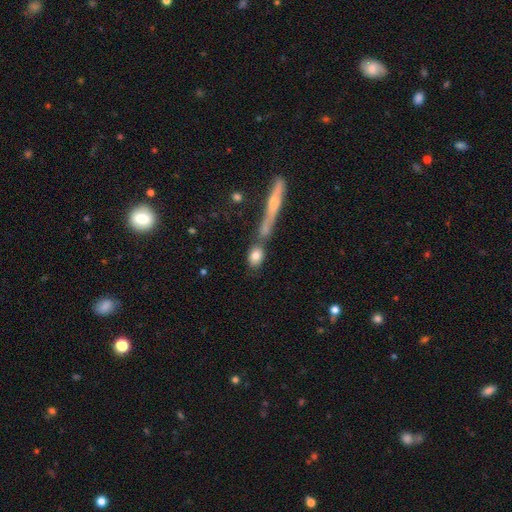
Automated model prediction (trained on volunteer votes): This appears to be a smooth galaxy with no disk features (78%) that is in between round and cigar-shaped (66%). Merging: none (59%).